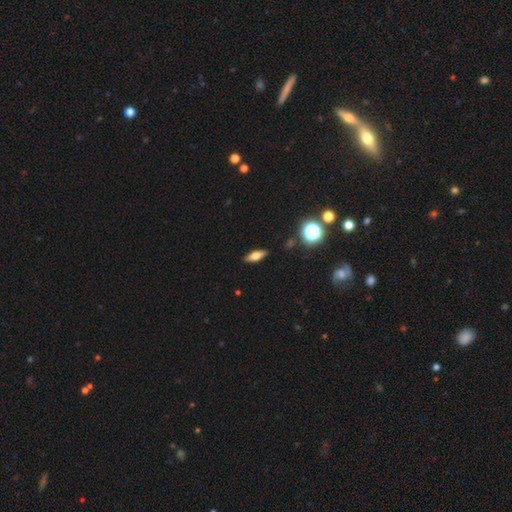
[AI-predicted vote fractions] This is possibly a smooth galaxy (58%). How rounded: likely in between (61%). Merging: clearly none (88%).